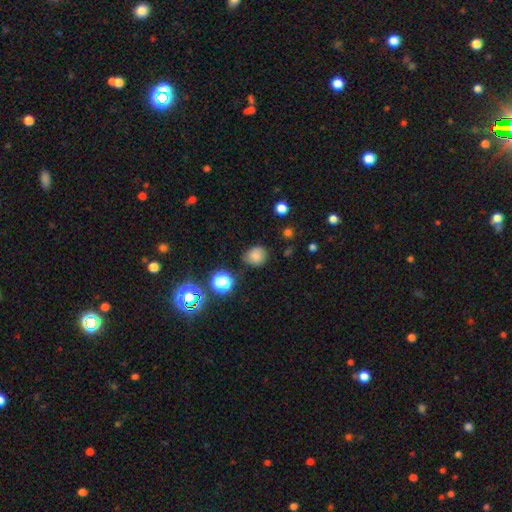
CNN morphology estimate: smooth_or_featured: smooth (p=0.78) [alt: star or artifact p=0.15]
how_rounded: round (p=0.75) [alt: in between p=0.24]
merging: none (p=0.75) [alt: minor disturbance p=0.18]